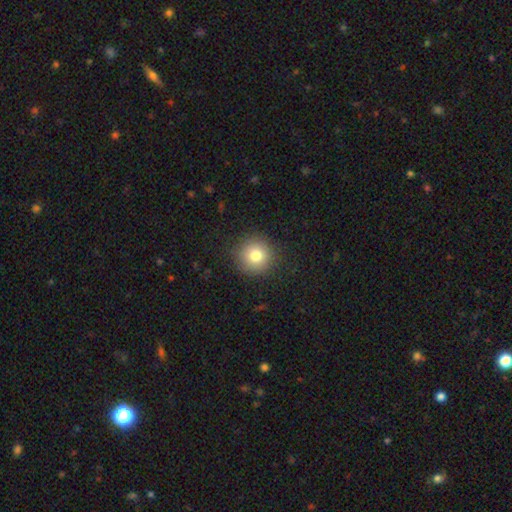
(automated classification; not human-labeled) smooth 79%, star or artifact 12%, featured or disk 9%. Down the decision tree: how rounded — round (94%); merging — none (90%).